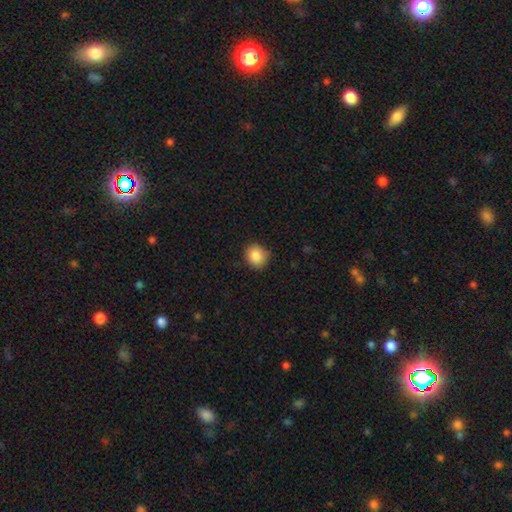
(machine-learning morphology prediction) The model was most divided on "how rounded": round: 78%, in between: 21%, cigar-shaped: 1%. More confident: smooth or featured — smooth (85%); merging — none (80%).